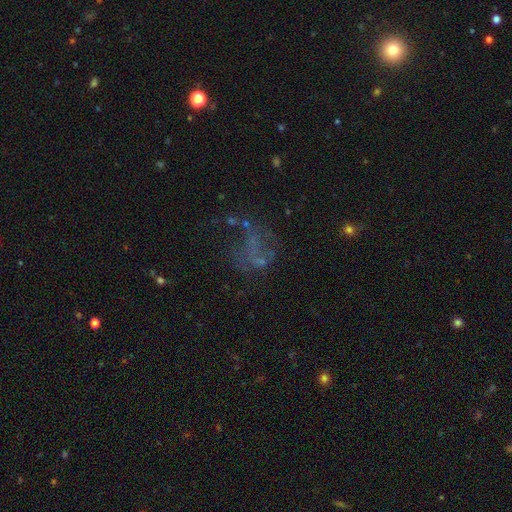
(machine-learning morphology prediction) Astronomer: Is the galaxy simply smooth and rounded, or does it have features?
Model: featured or disk — 43% (runner-up: star or artifact, 30%).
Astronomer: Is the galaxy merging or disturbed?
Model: none — 42% (runner-up: major disturbance, 35%).